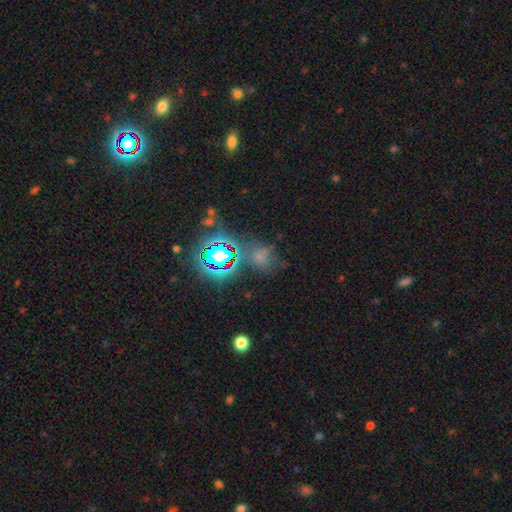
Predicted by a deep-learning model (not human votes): Q: Smooth or featured?
A: star or artifact (53%); runner-up: smooth (35%)